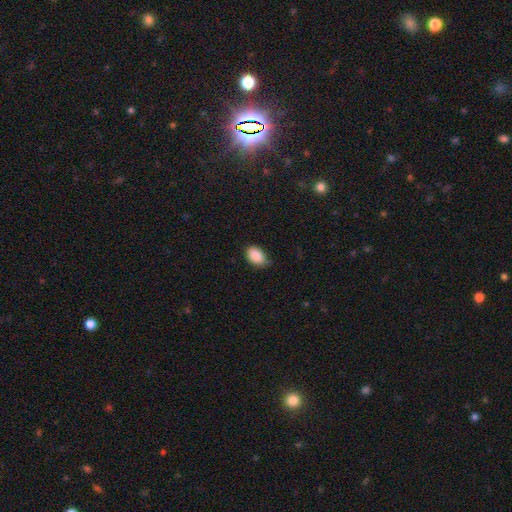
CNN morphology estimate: The model was most divided on "merging": none: 66%, minor disturbance: 28%, major disturbance: 5%, merger: 1%. More confident: how rounded — in between (89%); smooth or featured — smooth (89%).